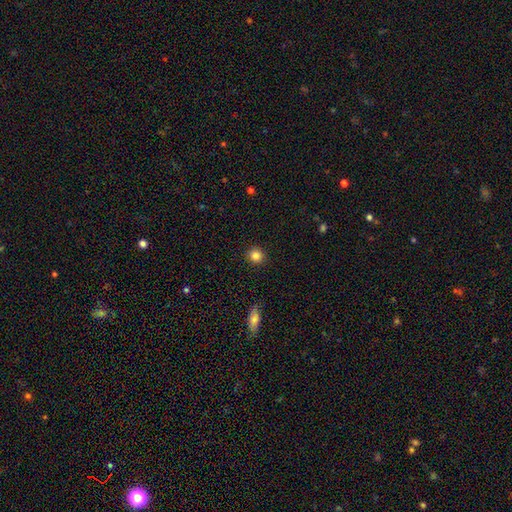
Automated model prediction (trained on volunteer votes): Smooth or featured? smooth (84%)
How rounded? round (90%)
Merging? none (92%)